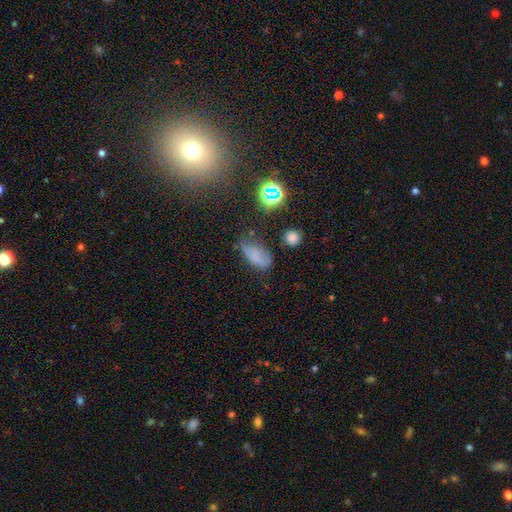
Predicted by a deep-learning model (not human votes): A smooth galaxy with no disk features (62%) that is in between round and cigar-shaped (87%).

Vote fractions:
- Smooth or featured? smooth: 62% / star or artifact: 20% / featured or disk: 18%
- How rounded? in between: 87% / round: 8% / cigar-shaped: 5%
- Merging? none: 46% / minor disturbance: 33% / major disturbance: 16% / merger: 5%